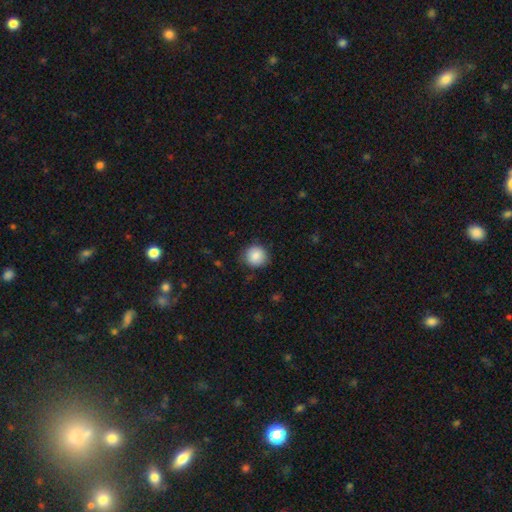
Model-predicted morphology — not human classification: smooth 86%, star or artifact 8%, featured or disk 6%. Down the decision tree: how rounded — round (92%); merging — none (84%).